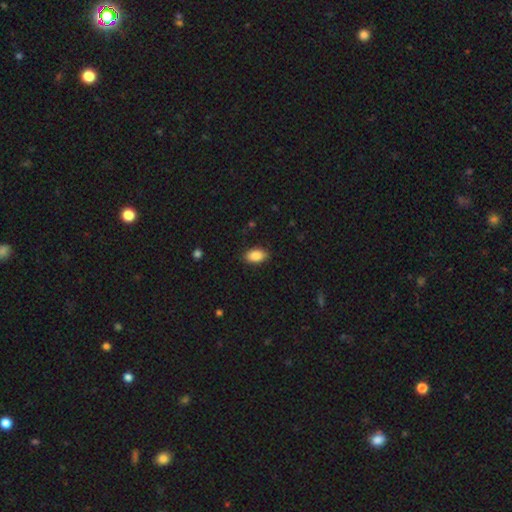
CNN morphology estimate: Smooth or featured: smooth — 89% (star or artifact — 7%)
How rounded: in between — 93% (round — 5%)
Merging: none — 88% (minor disturbance — 9%)